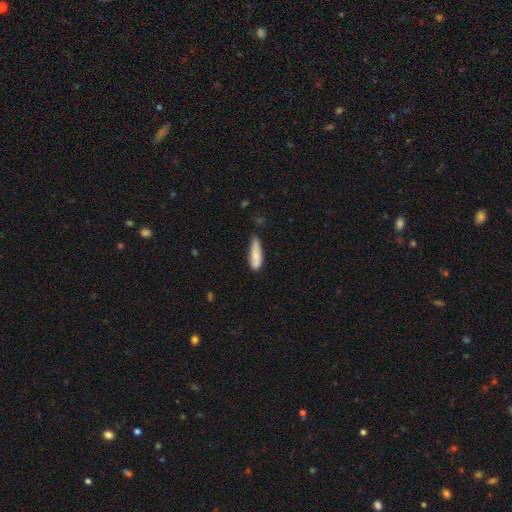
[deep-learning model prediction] A smooth galaxy with no disk features (77%) that is cigar-shaped (55%). Merging: none (64%).